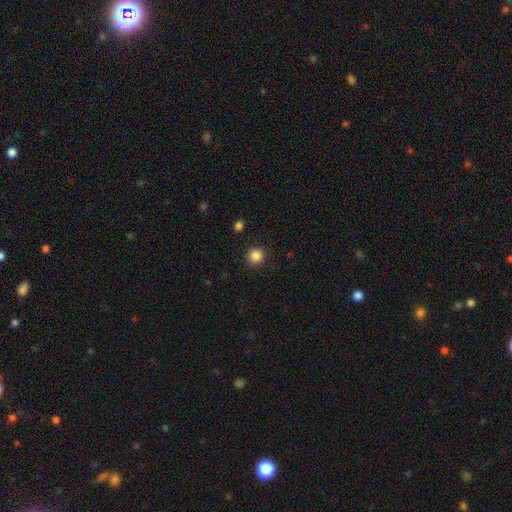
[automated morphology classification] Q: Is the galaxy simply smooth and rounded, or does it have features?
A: smooth — 86%.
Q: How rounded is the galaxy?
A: round — 95%.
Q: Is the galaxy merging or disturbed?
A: none — 92%.